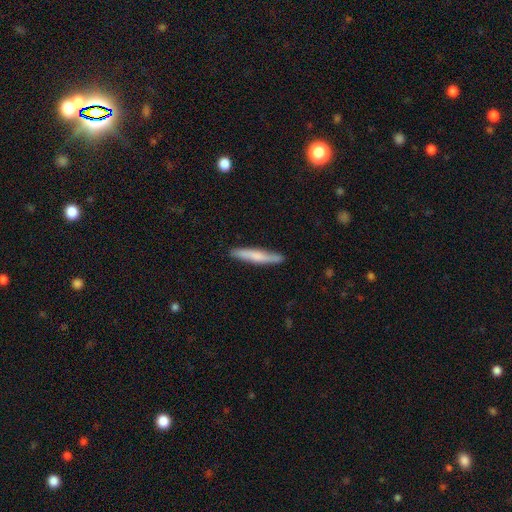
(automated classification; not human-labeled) Smooth or featured: smooth — 64% (featured or disk — 30%)
How rounded: cigar-shaped — 94% (in between — 5%)
Merging: none — 88% (minor disturbance — 9%)